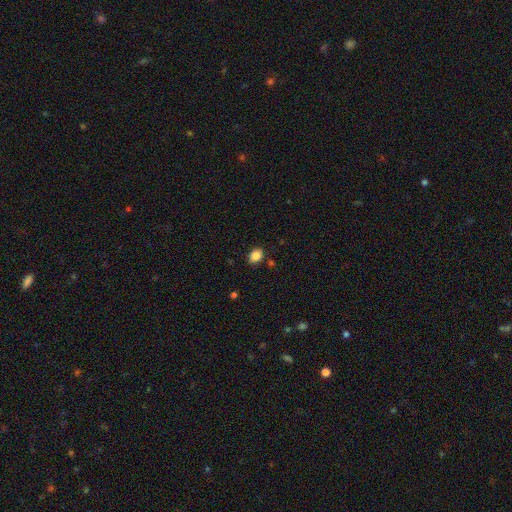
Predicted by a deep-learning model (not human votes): Smooth or featured?
  - smooth: 85% *
  - star or artifact: 10%
  - featured or disk: 5%
How rounded?
  - in between: 66% *
  - round: 33%
  - cigar-shaped: 1%
Merging?
  - none: 84% *
  - minor disturbance: 11%
  - merger: 2%
  - major disturbance: 2%